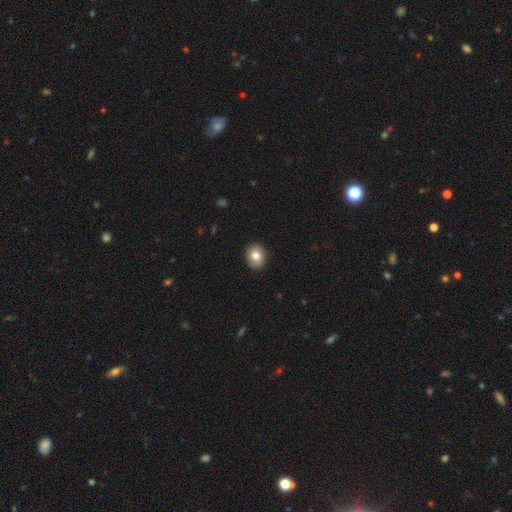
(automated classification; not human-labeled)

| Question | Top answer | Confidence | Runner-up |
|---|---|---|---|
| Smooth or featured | smooth | 82% | featured or disk (10%) |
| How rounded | round | 57% | in between (42%) |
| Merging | none | 91% | minor disturbance (7%) |